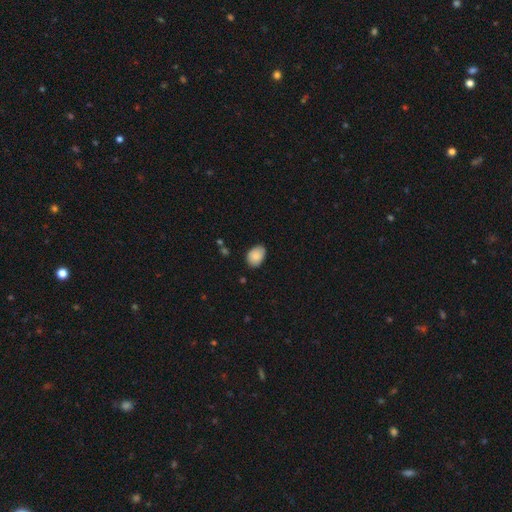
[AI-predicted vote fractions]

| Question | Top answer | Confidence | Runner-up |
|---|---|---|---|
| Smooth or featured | smooth | 87% | star or artifact (7%) |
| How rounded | in between | 80% | round (19%) |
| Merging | none | 80% | minor disturbance (16%) |